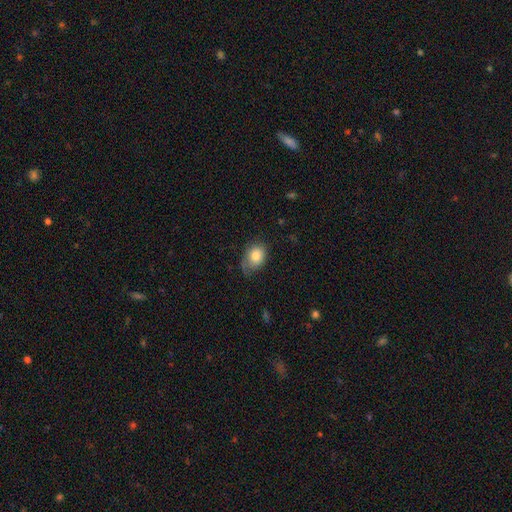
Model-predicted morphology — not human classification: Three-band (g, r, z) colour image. It shows a smooth galaxy with no disk features (78%) that is in between round and cigar-shaped (69%). Merging: none (55%).